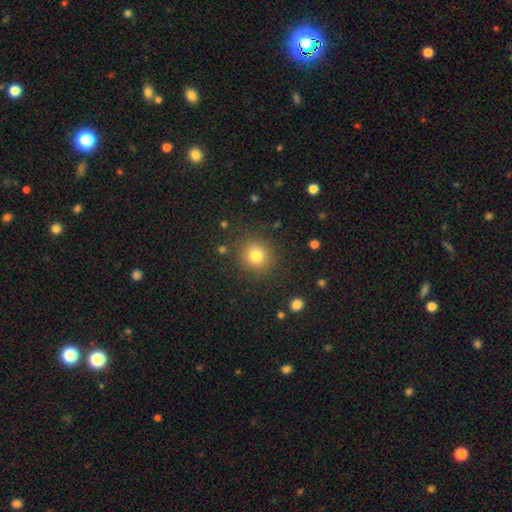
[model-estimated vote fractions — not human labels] This appears to be a smooth galaxy with no disk features (79%) that is round (90%). Merging: none (87%).